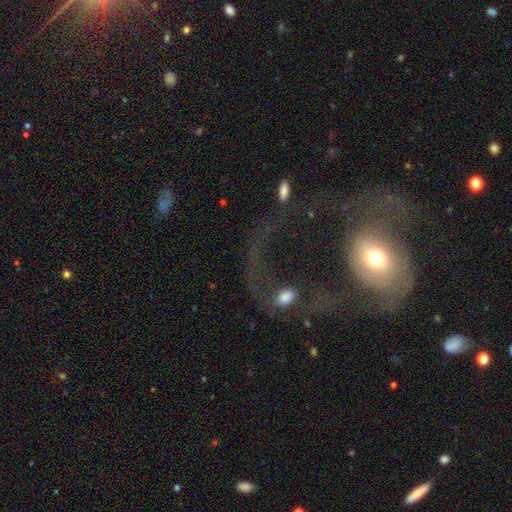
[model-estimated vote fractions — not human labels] featured or disk 53%, smooth 31%, star or artifact 16%. Down the decision tree: edge-on disk — no (95%); bar — no (64%); spiral arms — yes (55%); bulge size — moderate (62%); merging — major disturbance (47%).